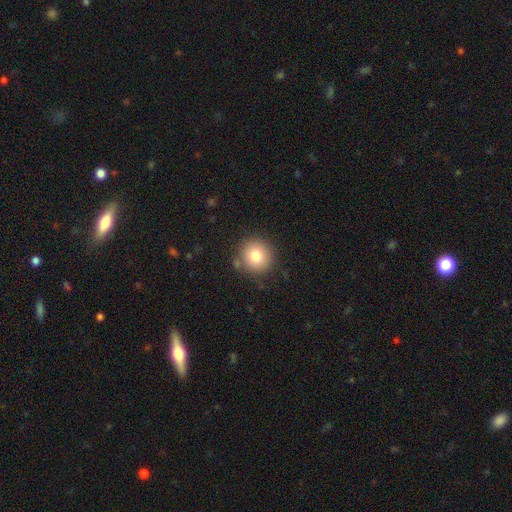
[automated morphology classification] A smooth galaxy with no disk features (79%) that is round (93%). Merging: none (86%).